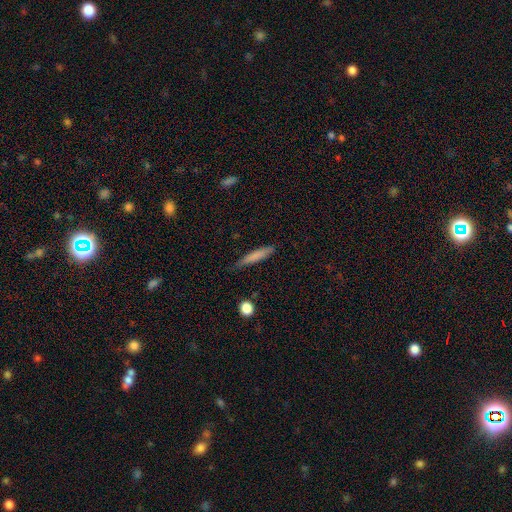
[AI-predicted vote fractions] A smooth galaxy with no disk features (76%) that is cigar-shaped (90%).

Vote fractions:
- Smooth or featured? smooth: 76% / featured or disk: 17% / star or artifact: 7%
- How rounded? cigar-shaped: 90% / in between: 8% / round: 1%
- Merging? none: 79% / minor disturbance: 17% / major disturbance: 3% / merger: 2%